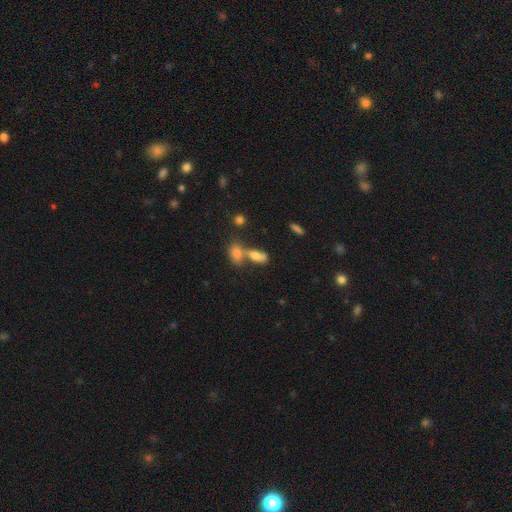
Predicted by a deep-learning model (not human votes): This is likely a smooth galaxy (68%). How rounded: likely in between (78%). Merging: possibly merger (55%).